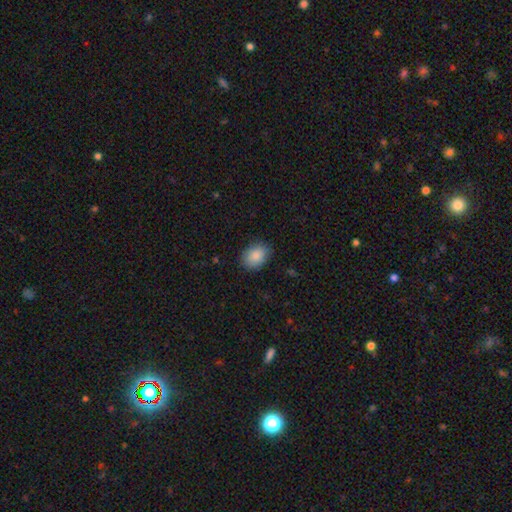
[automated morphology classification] This appears to be a smooth galaxy with no disk features (88%) that is in between round and cigar-shaped (72%). Merging: none (84%).